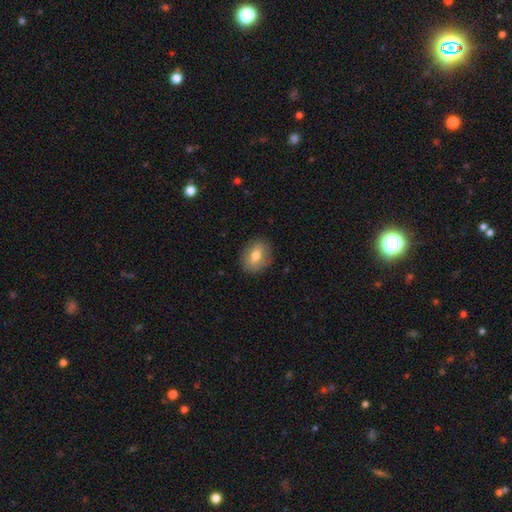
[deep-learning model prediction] Smooth or featured?
  - smooth: 70% *
  - featured or disk: 22%
  - star or artifact: 8%
How rounded?
  - in between: 60% *
  - round: 38%
  - cigar-shaped: 2%
Merging?
  - none: 86% *
  - minor disturbance: 10%
  - major disturbance: 3%
  - merger: 1%